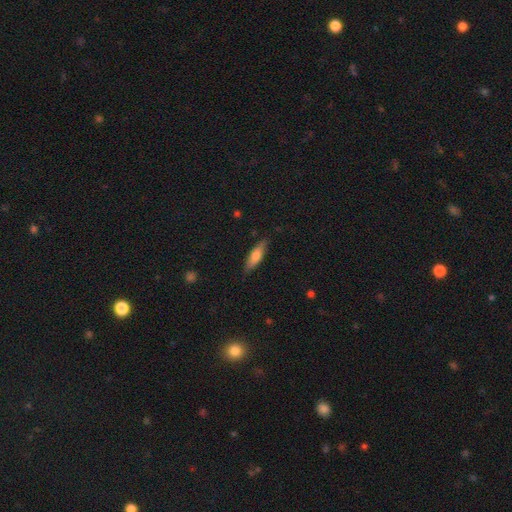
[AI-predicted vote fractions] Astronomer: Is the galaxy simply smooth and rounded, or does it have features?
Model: smooth — 69%.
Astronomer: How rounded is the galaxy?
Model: cigar-shaped — 60% (runner-up: in between, 39%).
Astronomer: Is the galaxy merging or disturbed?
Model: none — 84%.